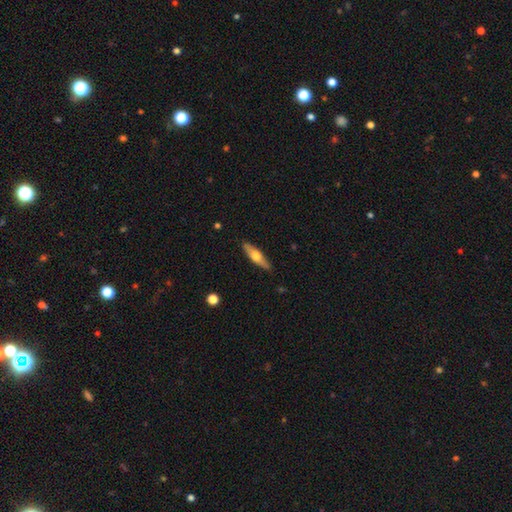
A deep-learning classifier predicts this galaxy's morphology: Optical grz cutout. It shows a smooth galaxy with no disk features (49%). Merging: none (87%).